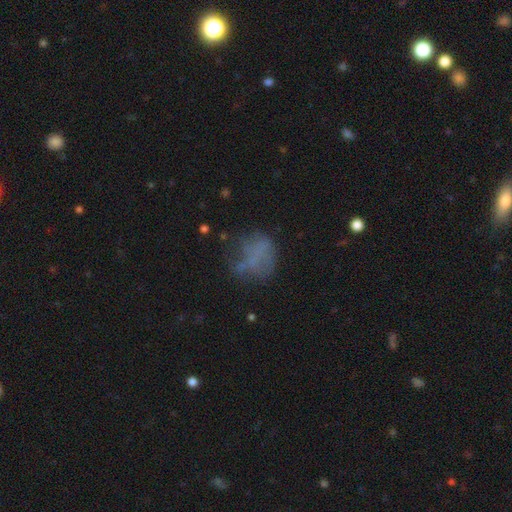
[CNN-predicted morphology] Q: Smooth or featured?
A: smooth (49%); runner-up: featured or disk (32%)
Q: Merging?
A: none (47%); runner-up: major disturbance (25%)